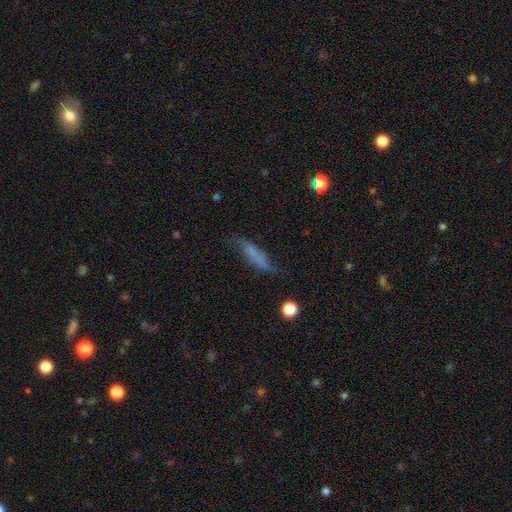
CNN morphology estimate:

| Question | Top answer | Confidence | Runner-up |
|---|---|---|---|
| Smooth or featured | smooth | 51% | featured or disk (38%) |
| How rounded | cigar-shaped | 65% | in between (32%) |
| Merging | none | 56% | minor disturbance (28%) |